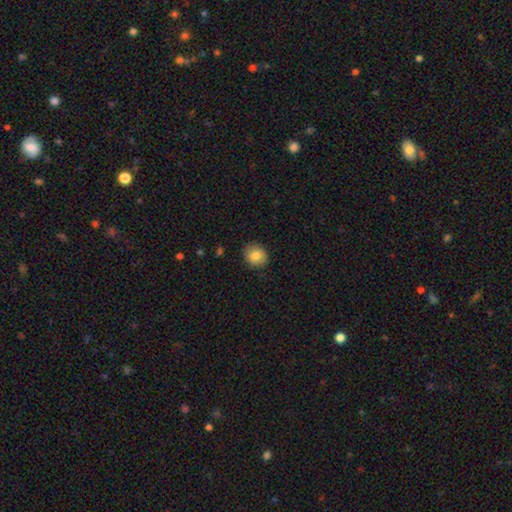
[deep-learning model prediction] The model was most divided on "how rounded": round: 79%, in between: 20%, cigar-shaped: 1%. More confident: merging — none (89%); smooth or featured — smooth (83%).